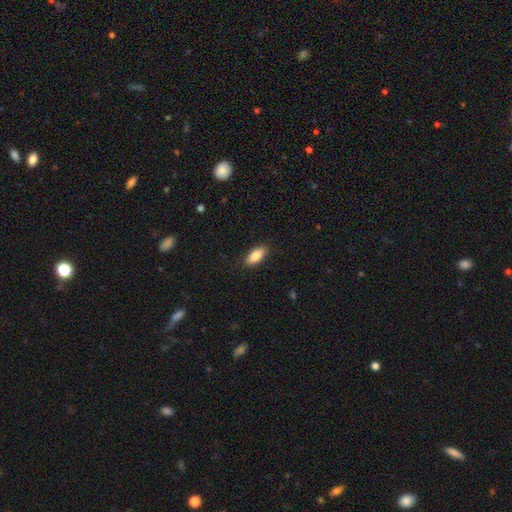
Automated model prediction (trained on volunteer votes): The model was most divided on "how rounded": in between: 83%, cigar-shaped: 15%, round: 2%. More confident: merging — none (88%); smooth or featured — smooth (82%).